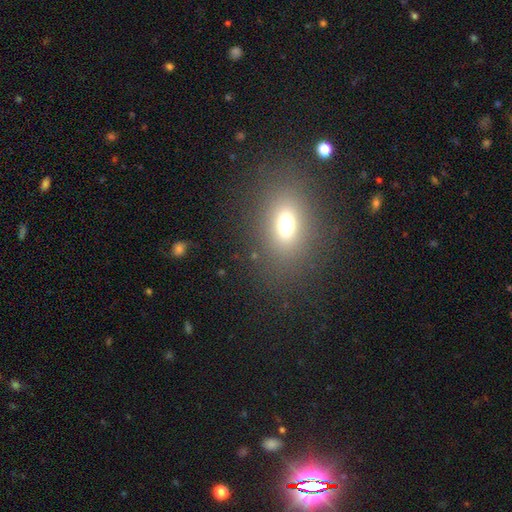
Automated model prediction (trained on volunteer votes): Smooth or featured?
  - smooth: 63% *
  - star or artifact: 25%
  - featured or disk: 12%
How rounded?
  - in between: 75% *
  - round: 21%
  - cigar-shaped: 4%
Merging?
  - none: 88% *
  - minor disturbance: 7%
  - major disturbance: 3%
  - merger: 2%